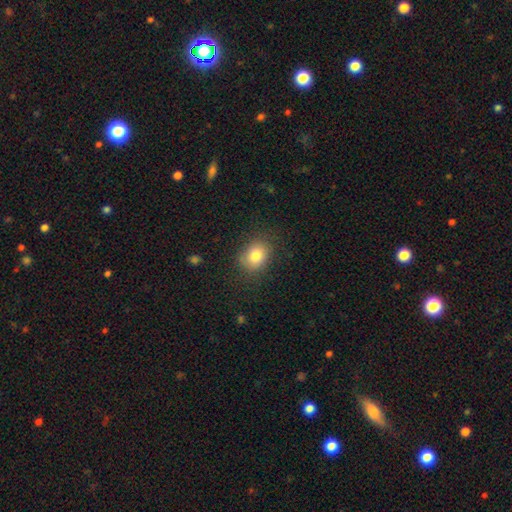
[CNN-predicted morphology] type=smooth (80%); roundness=round (52%); merging=none (79%).